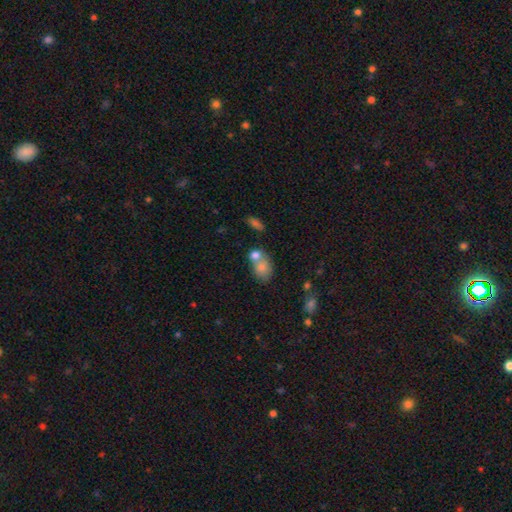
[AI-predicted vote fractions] A smooth galaxy with no disk features (77%) that is in between round and cigar-shaped (66%). Merging: merger (51%).